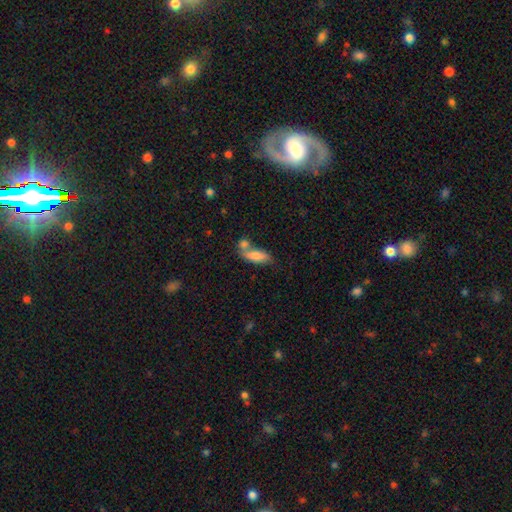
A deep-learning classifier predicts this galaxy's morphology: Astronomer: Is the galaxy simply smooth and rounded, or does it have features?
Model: smooth — 75%.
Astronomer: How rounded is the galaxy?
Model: in between — 70%.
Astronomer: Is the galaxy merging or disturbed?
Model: none — 40% (runner-up: merger, 39%).